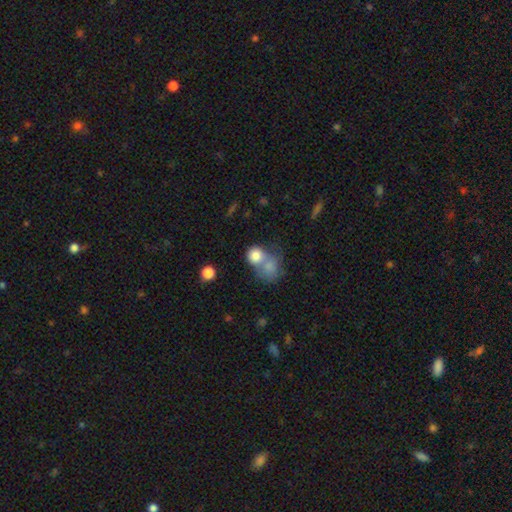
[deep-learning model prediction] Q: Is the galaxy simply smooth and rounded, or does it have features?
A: smooth — 80%.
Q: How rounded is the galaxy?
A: round — 74%.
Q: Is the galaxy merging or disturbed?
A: merger — 58%.